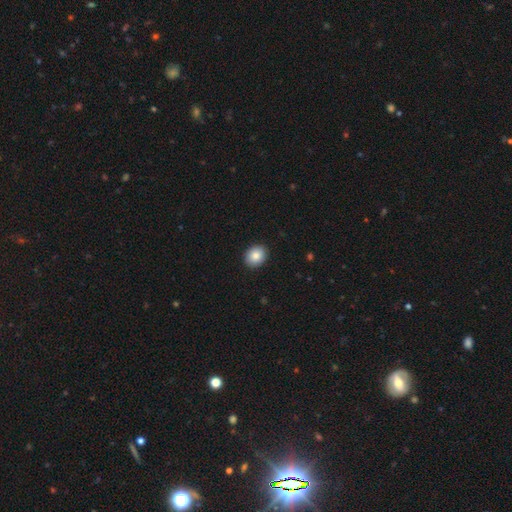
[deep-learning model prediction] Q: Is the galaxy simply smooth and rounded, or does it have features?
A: smooth — 85%.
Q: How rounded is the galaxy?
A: round — 59%.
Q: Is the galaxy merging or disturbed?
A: none — 92%.